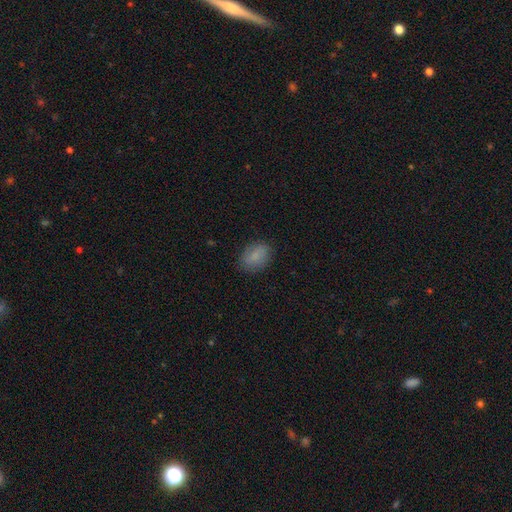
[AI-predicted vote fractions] Morphology: type=smooth (83%); roundness=in between (77%); merging=none (83%).